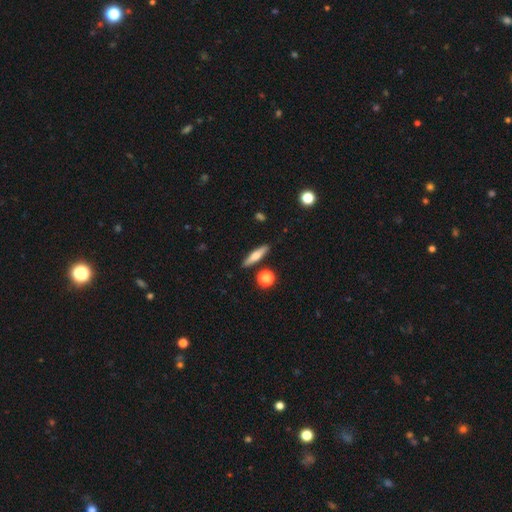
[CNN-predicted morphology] A smooth galaxy with no disk features (57%) that is cigar-shaped (76%). Merging: none (86%).